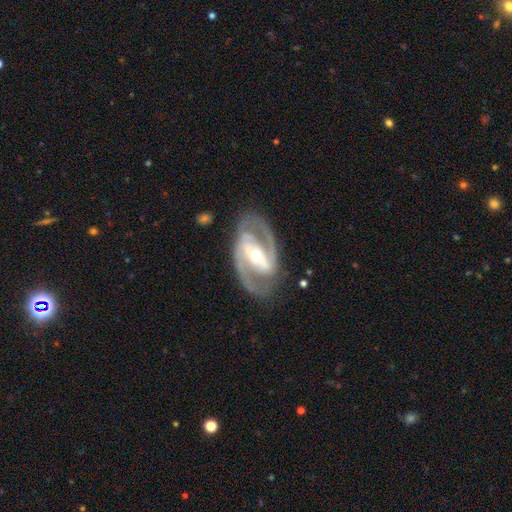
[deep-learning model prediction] smooth-or-featured: featured or disk: 91% | smooth: 5% | star or artifact: 4%
  disk-edge-on: no: 96% | yes: 4%
    bar: strong: 57% | weak: 29% | no: 14%
    has-spiral-arms: yes: 95% | no: 5%
      spiral-winding: medium: 54% | tight: 33% | loose: 13%
      spiral-arm-count: 2: 92% | can't tell: 3% | 3: 2% | 1: 1% | 4: 1% | more than 4: 1%
    bulge-size: moderate: 61% | small: 33% | large: 4% | dominant: 1% | none: 1%
  merging: none: 80% | minor disturbance: 13% | major disturbance: 6% | merger: 1%